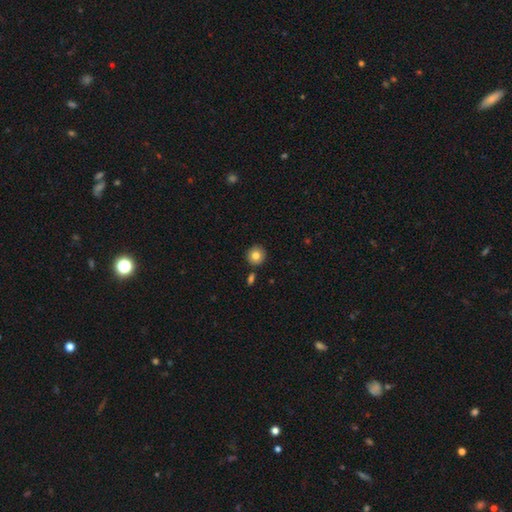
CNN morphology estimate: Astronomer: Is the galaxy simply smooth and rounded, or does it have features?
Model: smooth — 82%.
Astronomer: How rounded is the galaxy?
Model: round — 92%.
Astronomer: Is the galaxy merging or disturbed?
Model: none — 87%.